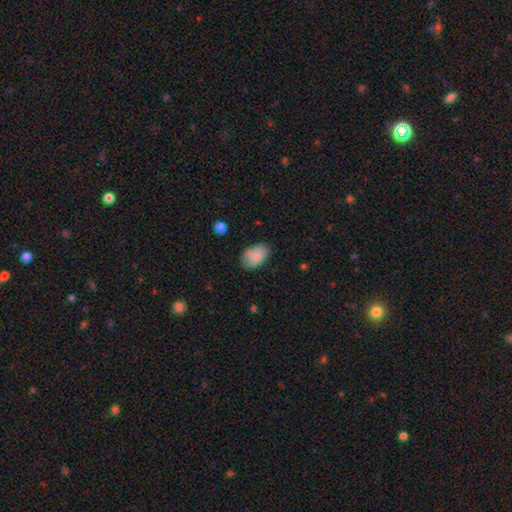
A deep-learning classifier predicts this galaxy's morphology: smooth 83%, featured or disk 10%, star or artifact 7%. Down the decision tree: how rounded — in between (87%); merging — none (74%).